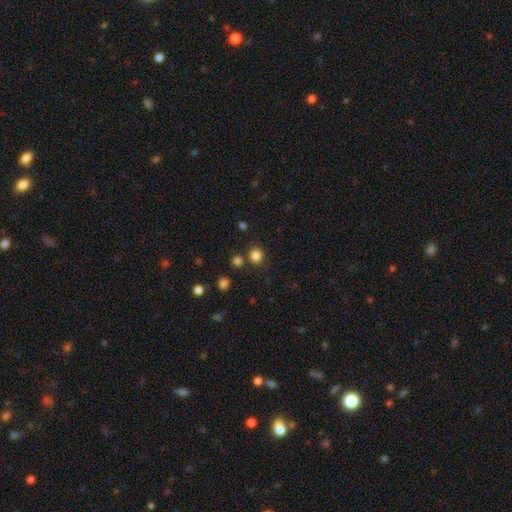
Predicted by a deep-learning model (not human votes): smooth-or-featured: smooth: 83% | star or artifact: 13% | featured or disk: 4%
  how-rounded: round: 84% | in between: 15% | cigar-shaped: 1%
  merging: none: 82% | minor disturbance: 8% | merger: 7% | major disturbance: 3%